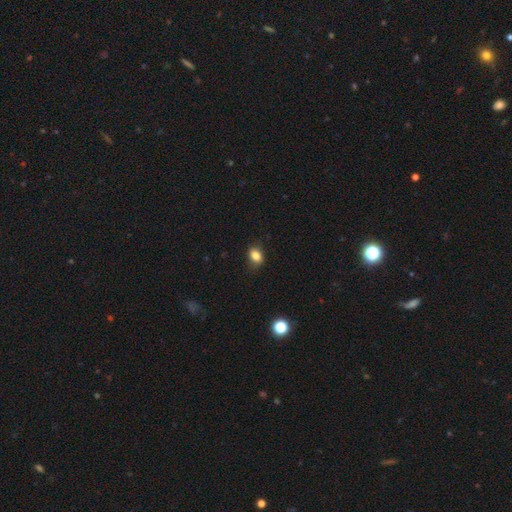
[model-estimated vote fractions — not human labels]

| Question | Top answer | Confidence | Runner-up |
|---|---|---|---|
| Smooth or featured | smooth | 84% | star or artifact (10%) |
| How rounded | in between | 73% | round (26%) |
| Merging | none | 80% | minor disturbance (16%) |